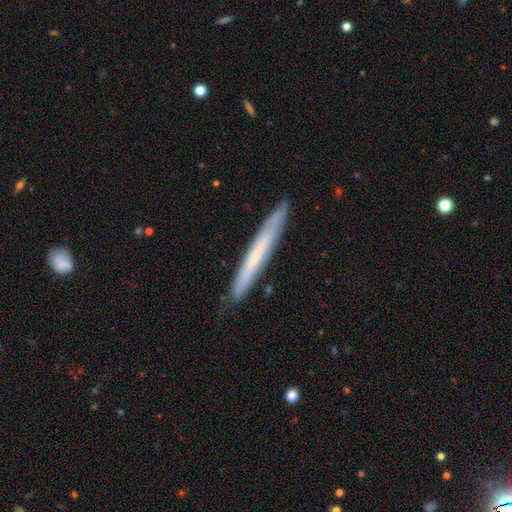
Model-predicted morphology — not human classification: Overall: smooth (49%; featured or disk 46%). Merging: none (86%).